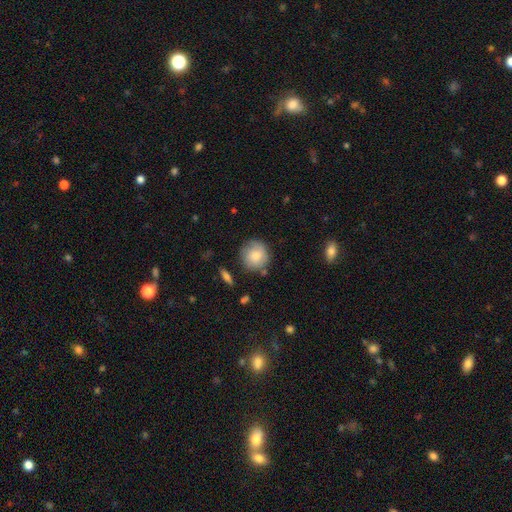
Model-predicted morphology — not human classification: Smooth or featured?
  - smooth: 78% *
  - featured or disk: 15%
  - star or artifact: 7%
How rounded?
  - round: 91% *
  - in between: 8%
  - cigar-shaped: 1%
Merging?
  - none: 77% *
  - minor disturbance: 16%
  - major disturbance: 4%
  - merger: 3%